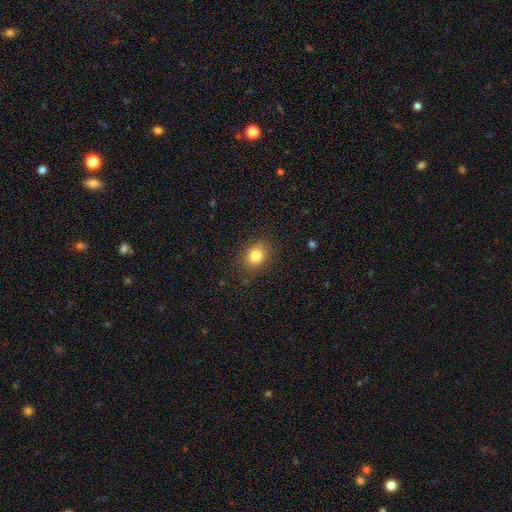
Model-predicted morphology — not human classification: Smooth or featured? Predicted: smooth (p=0.81). How rounded? Predicted: round (p=0.60). Merging? Predicted: none (p=0.86).